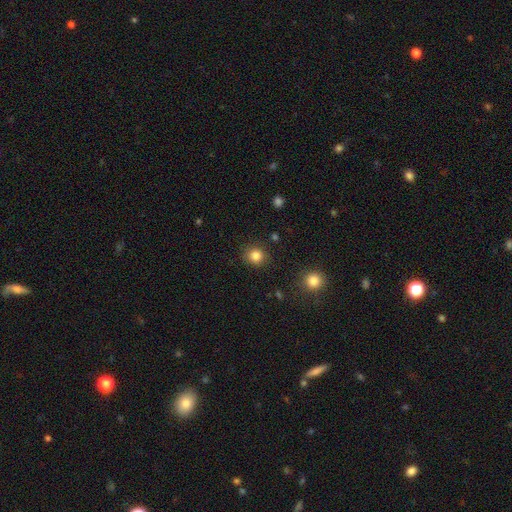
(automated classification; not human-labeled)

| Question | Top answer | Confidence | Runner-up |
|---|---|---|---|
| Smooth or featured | smooth | 84% | star or artifact (12%) |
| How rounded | round | 88% | in between (11%) |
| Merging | none | 88% | minor disturbance (8%) |